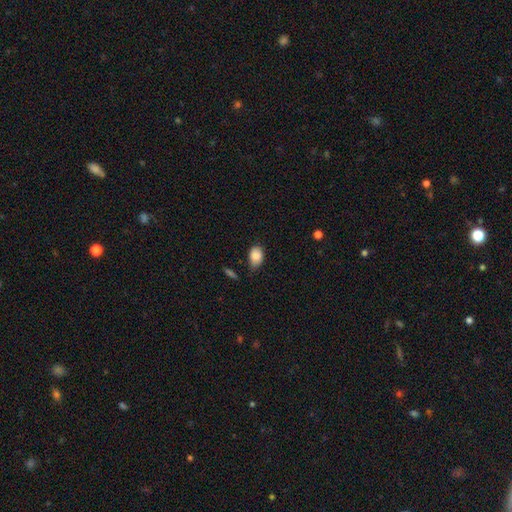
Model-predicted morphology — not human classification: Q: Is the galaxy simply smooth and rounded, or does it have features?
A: smooth — 86%.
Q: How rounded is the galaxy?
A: in between — 82%.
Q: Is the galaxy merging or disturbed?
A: none — 54%.